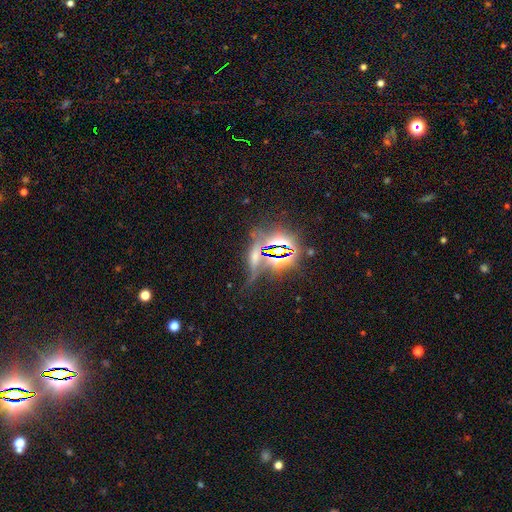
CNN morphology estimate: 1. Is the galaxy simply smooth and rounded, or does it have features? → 52% star or artifact, 27% smooth, 21% featured or disk.